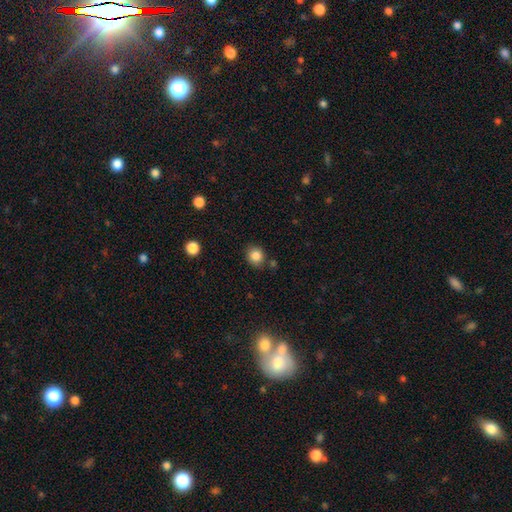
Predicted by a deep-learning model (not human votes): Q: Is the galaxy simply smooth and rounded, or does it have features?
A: smooth — 85%.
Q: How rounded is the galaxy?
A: round — 80%.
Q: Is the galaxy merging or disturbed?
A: none — 80%.